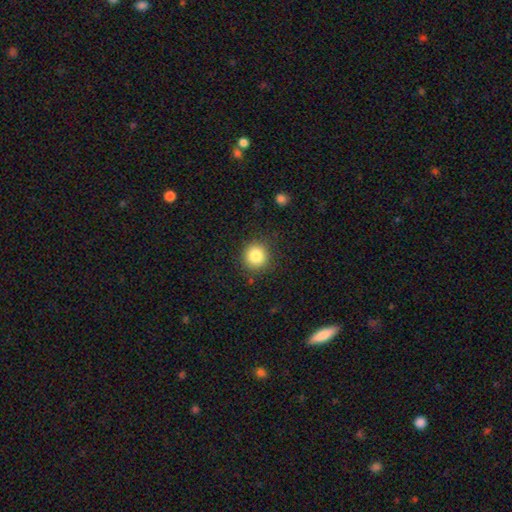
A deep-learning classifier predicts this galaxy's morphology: Smooth or featured?
  - smooth: 84% *
  - star or artifact: 10%
  - featured or disk: 6%
How rounded?
  - round: 92% *
  - in between: 7%
  - cigar-shaped: 1%
Merging?
  - none: 88% *
  - minor disturbance: 8%
  - major disturbance: 3%
  - merger: 1%